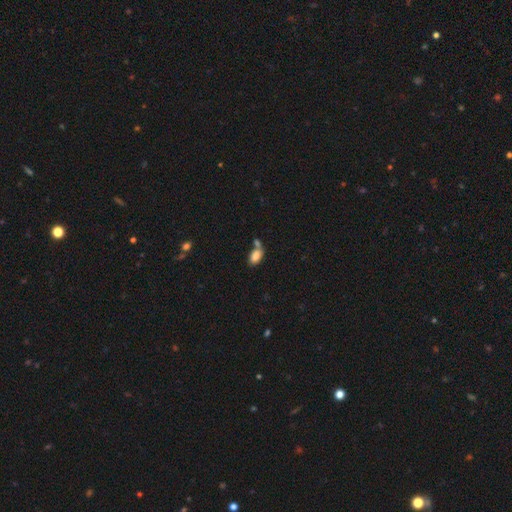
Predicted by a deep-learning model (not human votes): Overall: smooth (84%). How rounded: in between (91%). Merging: none (46%; merger 35%).